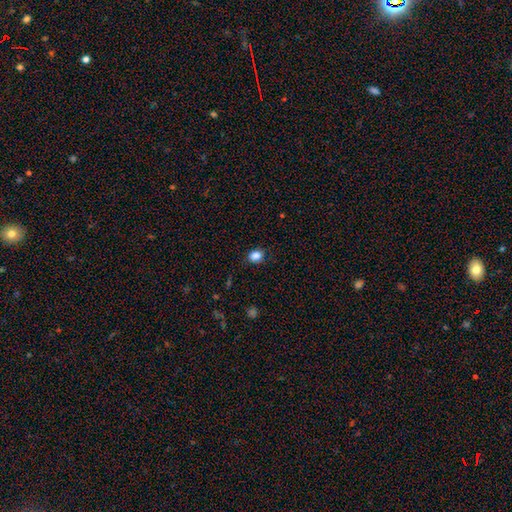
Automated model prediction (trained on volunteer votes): smooth_or_featured: smooth (p=0.84) [alt: star or artifact p=0.12]
how_rounded: in between (p=0.50) [alt: round p=0.49]
merging: none (p=0.86) [alt: minor disturbance p=0.10]